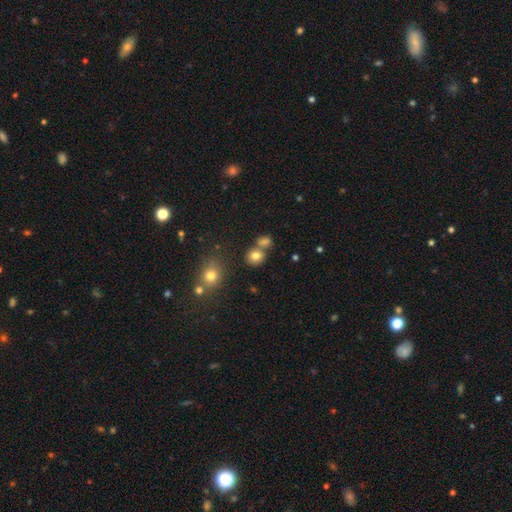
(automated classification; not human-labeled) smooth_or_featured: smooth (p=0.79) [alt: star or artifact p=0.13]
how_rounded: round (p=0.77) [alt: in between p=0.22]
merging: none (p=0.60) [alt: merger p=0.28]